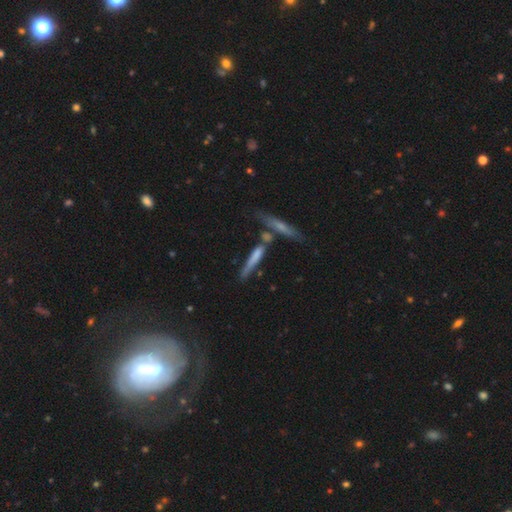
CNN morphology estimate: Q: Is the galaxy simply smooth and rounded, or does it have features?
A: featured or disk — 47%.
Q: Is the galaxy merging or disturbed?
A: none — 61%.